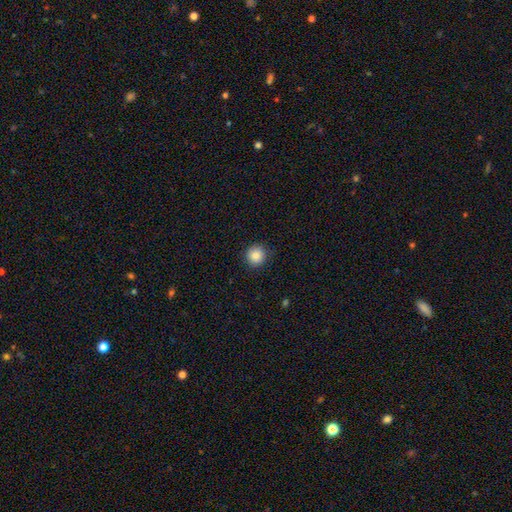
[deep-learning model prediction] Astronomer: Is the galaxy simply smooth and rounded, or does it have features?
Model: smooth — 86%.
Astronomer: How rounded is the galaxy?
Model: round — 93%.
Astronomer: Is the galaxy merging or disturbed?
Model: none — 90%.